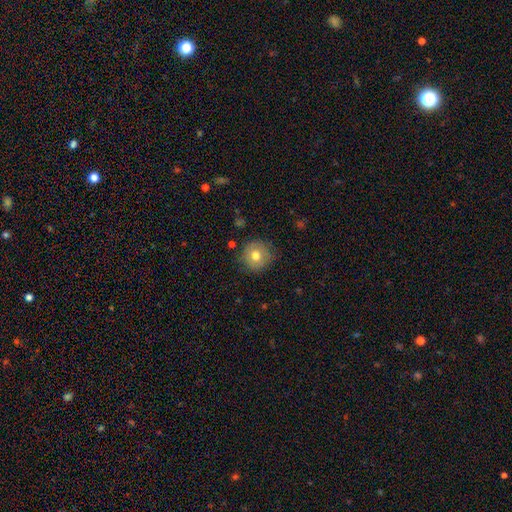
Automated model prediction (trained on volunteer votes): This appears to be a smooth galaxy with no disk features (72%) that is round (93%). Merging: none (81%).